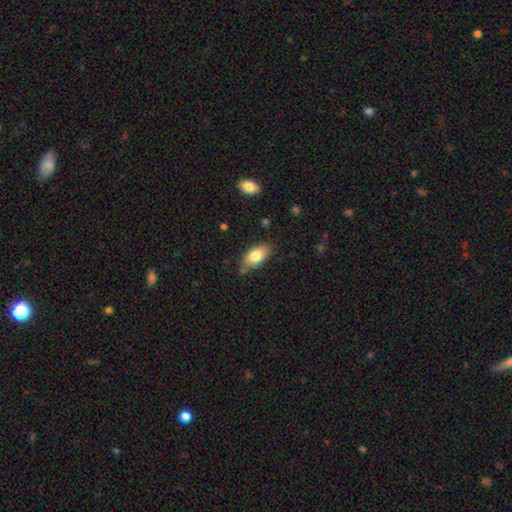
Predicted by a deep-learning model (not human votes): Overall: smooth (81%). How rounded: in between (91%). Merging: none (75%).